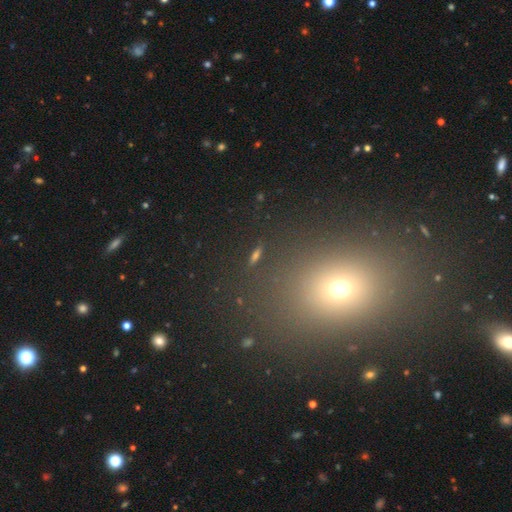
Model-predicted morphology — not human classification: Q: Smooth or featured?
A: smooth (49%); runner-up: star or artifact (42%)
Q: Merging?
A: none (83%); runner-up: minor disturbance (8%)